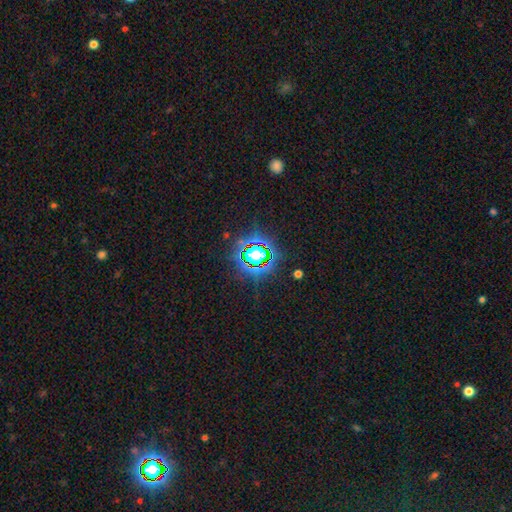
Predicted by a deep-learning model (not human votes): Morphology: type=star or artifact (80%).